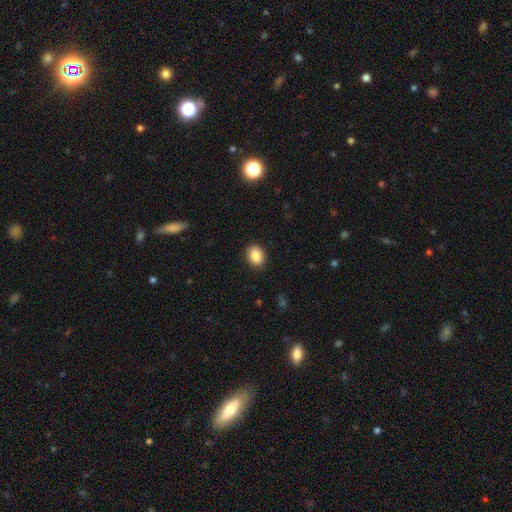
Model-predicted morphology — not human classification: type=smooth (88%); roundness=in between (64%); merging=none (89%).